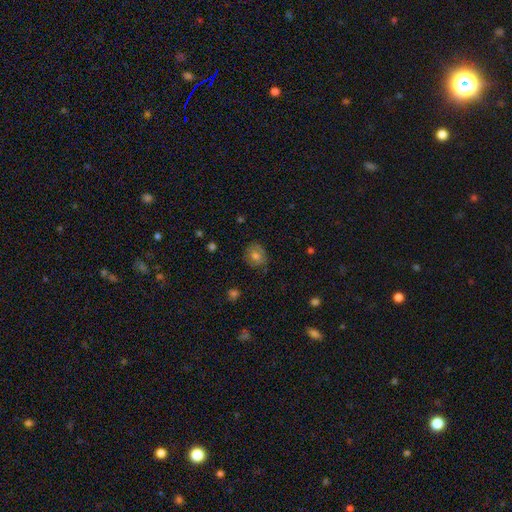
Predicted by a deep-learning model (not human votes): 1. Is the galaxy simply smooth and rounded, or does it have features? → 66% smooth, 22% featured or disk, 13% star or artifact.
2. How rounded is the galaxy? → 58% round, 40% in between, 1% cigar-shaped.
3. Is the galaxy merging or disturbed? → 75% none, 18% minor disturbance, 6% major disturbance, 2% merger.